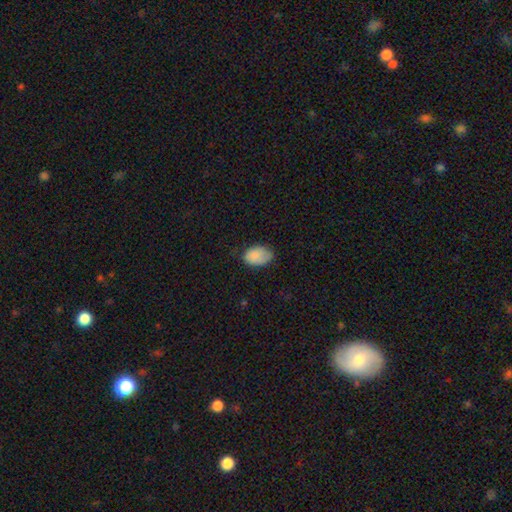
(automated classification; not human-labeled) Morphology: type=smooth (82%); roundness=in between (88%); merging=none (59%).